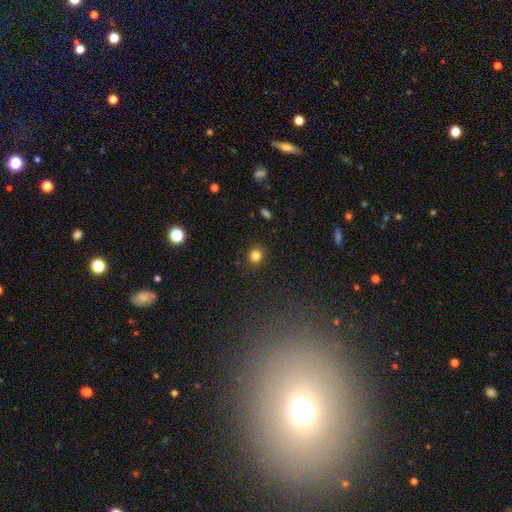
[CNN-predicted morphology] The model was most divided on "smooth or featured": smooth: 83%, star or artifact: 12%, featured or disk: 5%. More confident: merging — none (91%); how rounded — round (89%).